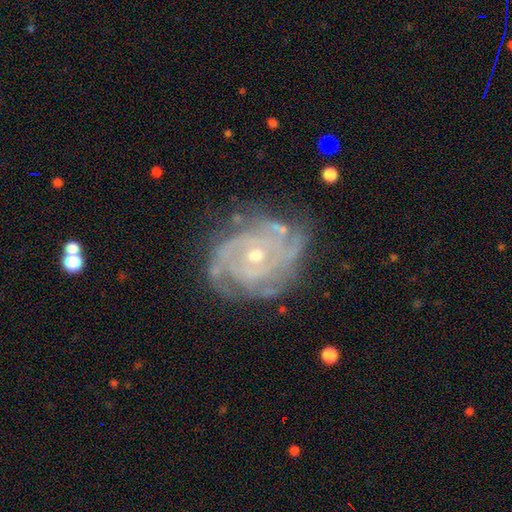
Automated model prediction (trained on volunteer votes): Smooth or featured: featured or disk — 89% (star or artifact — 6%)
Edge-on disk: no — 97% (yes — 3%)
Bar: no — 73% (weak — 21%)
Spiral arms: yes — 96% (no — 4%)
Spiral winding: tight — 75% (medium — 21%)
Spiral arm count: can't tell — 28% (3 — 25%)
Bulge size: moderate — 49% (small — 48%)
Merging: none — 69% (minor disturbance — 21%)